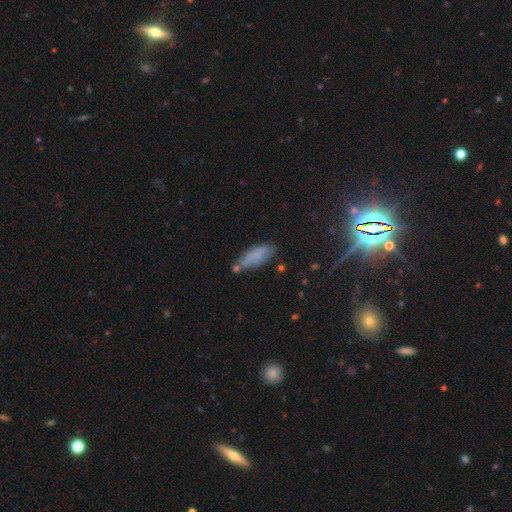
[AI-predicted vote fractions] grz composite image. It shows a smooth galaxy with no disk features (73%) that is in between round and cigar-shaped (60%). Merging: none (57%).